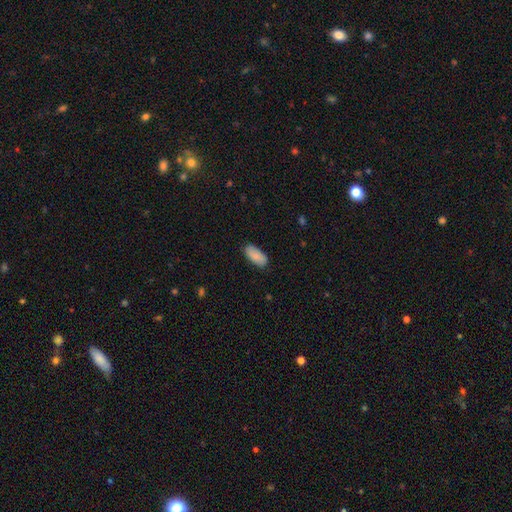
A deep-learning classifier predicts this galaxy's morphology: A smooth galaxy with no disk features (88%) that is in between round and cigar-shaped (90%). Merging: none (83%).